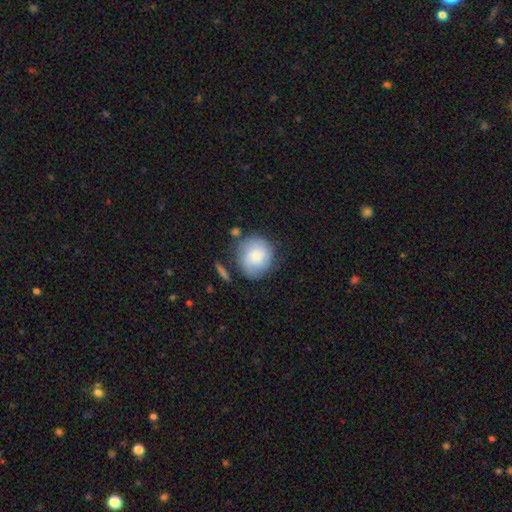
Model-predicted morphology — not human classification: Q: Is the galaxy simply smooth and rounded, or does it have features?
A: smooth — 73%.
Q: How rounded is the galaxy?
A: round — 89%.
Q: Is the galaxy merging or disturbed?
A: none — 71%.